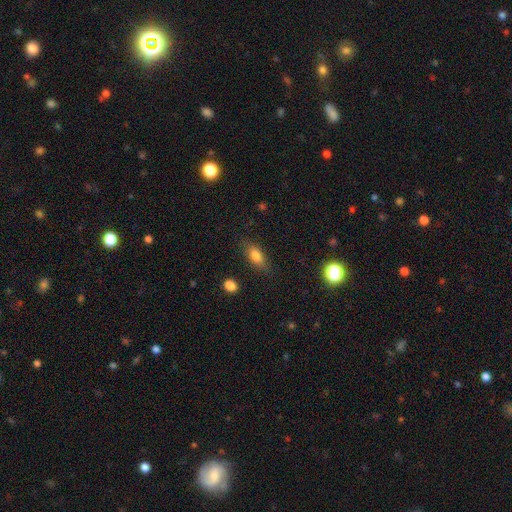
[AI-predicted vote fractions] This appears to be a smooth galaxy with no disk features (79%) that is in between round and cigar-shaped (77%). Merging: none (82%).